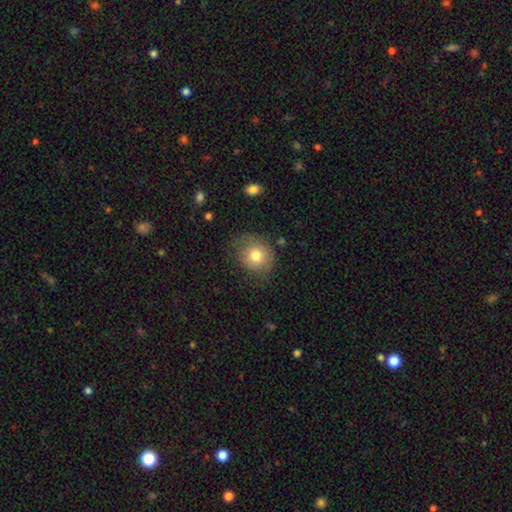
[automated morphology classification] A smooth galaxy with no disk features (75%) that is round (76%).

Vote fractions:
- Smooth or featured? smooth: 75% / featured or disk: 16% / star or artifact: 9%
- How rounded? round: 76% / in between: 23% / cigar-shaped: 1%
- Merging? none: 60% / minor disturbance: 27% / major disturbance: 12% / merger: 2%